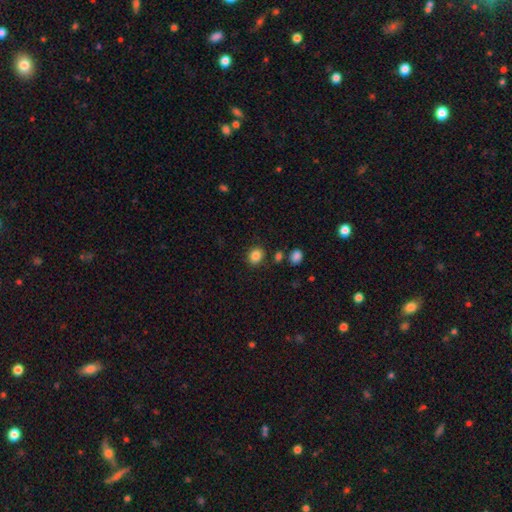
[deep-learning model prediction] Morphology: type=smooth (85%); roundness=round (66%); merging=none (84%).